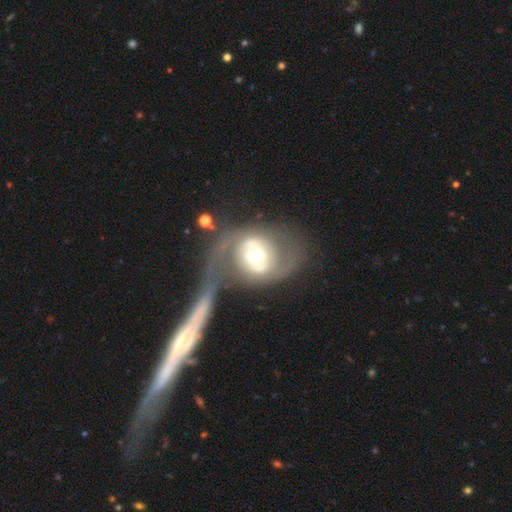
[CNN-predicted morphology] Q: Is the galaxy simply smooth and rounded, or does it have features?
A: featured or disk — 67%.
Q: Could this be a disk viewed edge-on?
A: no — 95%.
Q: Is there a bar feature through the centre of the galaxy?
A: no — 62%.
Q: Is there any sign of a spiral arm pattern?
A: yes — 57%.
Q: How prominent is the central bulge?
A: moderate — 60%.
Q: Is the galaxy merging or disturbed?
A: none — 39%.